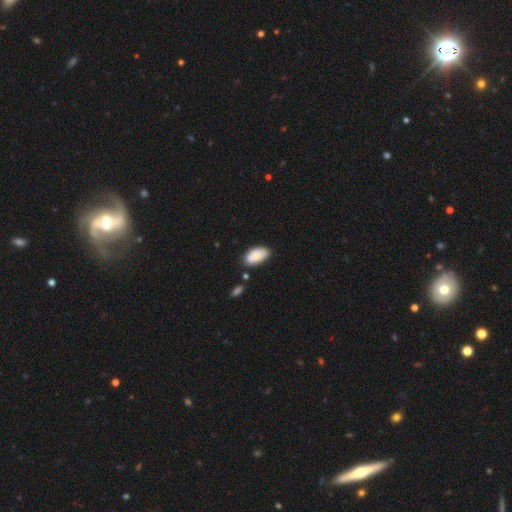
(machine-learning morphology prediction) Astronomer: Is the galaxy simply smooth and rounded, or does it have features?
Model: smooth — 85%.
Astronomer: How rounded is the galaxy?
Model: in between — 95%.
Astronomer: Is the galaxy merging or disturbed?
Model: none — 64%.